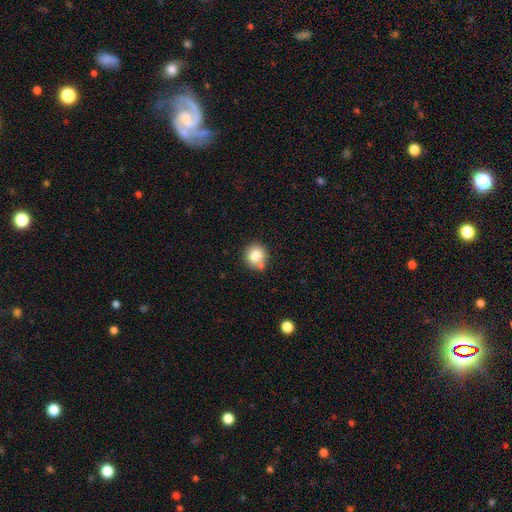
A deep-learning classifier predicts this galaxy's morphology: This appears to be a smooth galaxy with no disk features (81%) that is round (90%). Merging: none (71%).